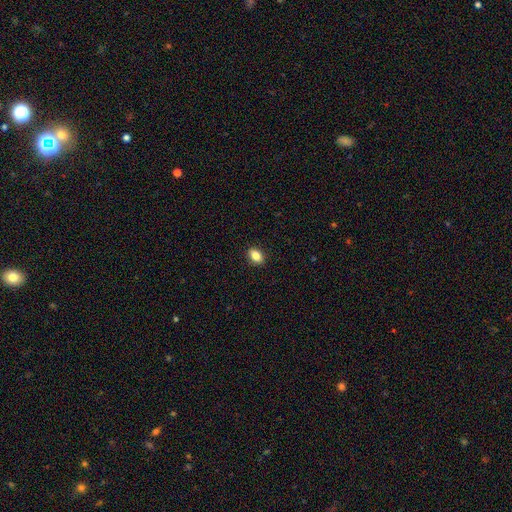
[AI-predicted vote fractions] Smooth or featured: smooth — 85% (star or artifact — 9%)
How rounded: in between — 82% (round — 16%)
Merging: none — 90% (minor disturbance — 7%)